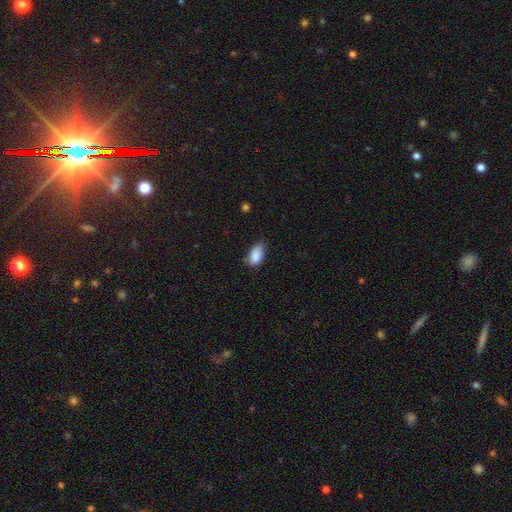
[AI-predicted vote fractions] Smooth or featured?
  - smooth: 87% *
  - star or artifact: 8%
  - featured or disk: 5%
How rounded?
  - in between: 93% *
  - round: 5%
  - cigar-shaped: 2%
Merging?
  - none: 58% *
  - minor disturbance: 34%
  - major disturbance: 6%
  - merger: 2%